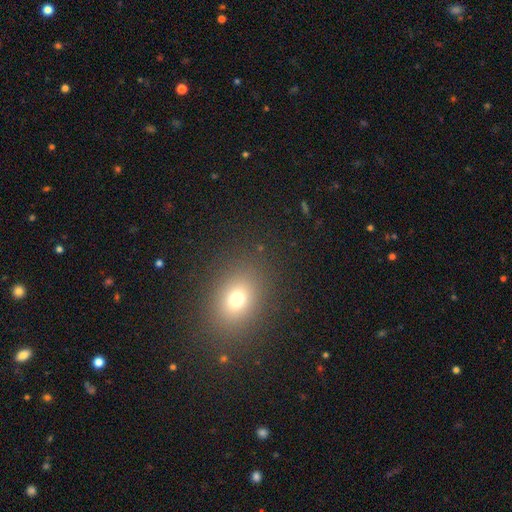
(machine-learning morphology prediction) Overall: smooth (67%). How rounded: in between (59%; round 40%). Merging: none (91%).